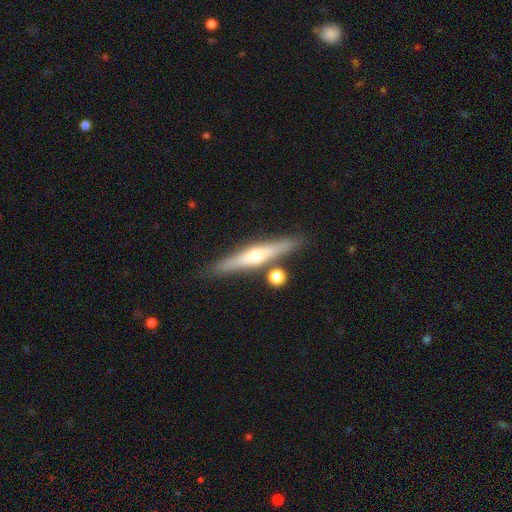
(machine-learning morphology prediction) Smooth or featured: featured or disk — 64% (smooth — 29%)
Edge-on disk: yes — 96% (no — 4%)
Edge-on bulge: rounded — 86% (none — 8%)
Merging: none — 84% (minor disturbance — 8%)